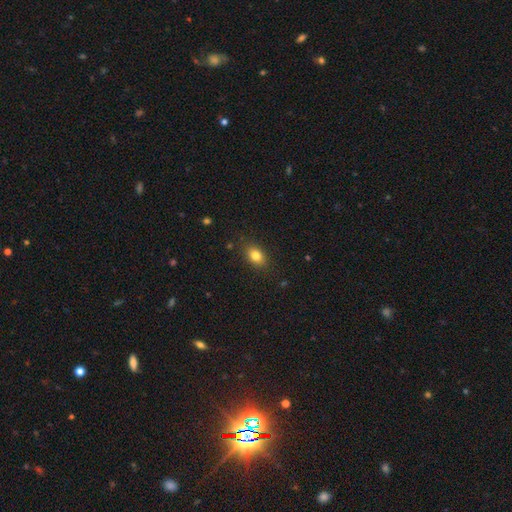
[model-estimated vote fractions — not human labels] Morphology: type=smooth (82%); roundness=in between (75%); merging=none (85%).